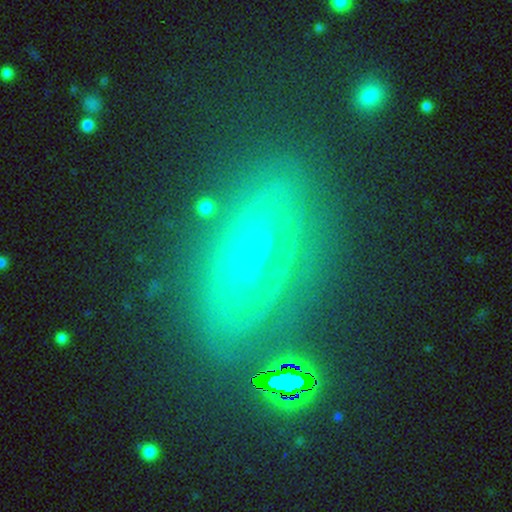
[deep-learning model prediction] A smooth galaxy with no disk features (47%). Merging: none (78%).